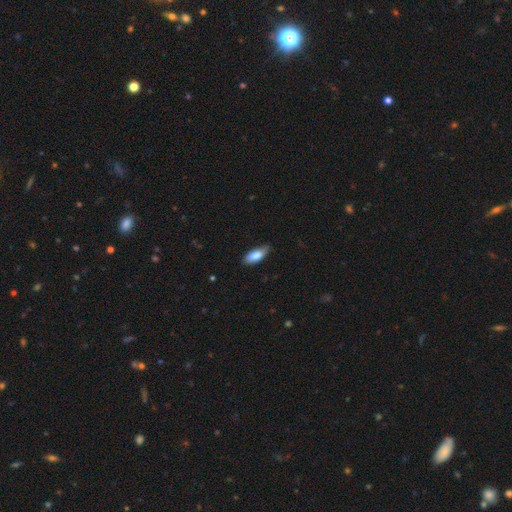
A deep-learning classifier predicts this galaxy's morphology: smooth 81%, featured or disk 13%, star or artifact 6%. Down the decision tree: how rounded — in between (81%); merging — none (78%).